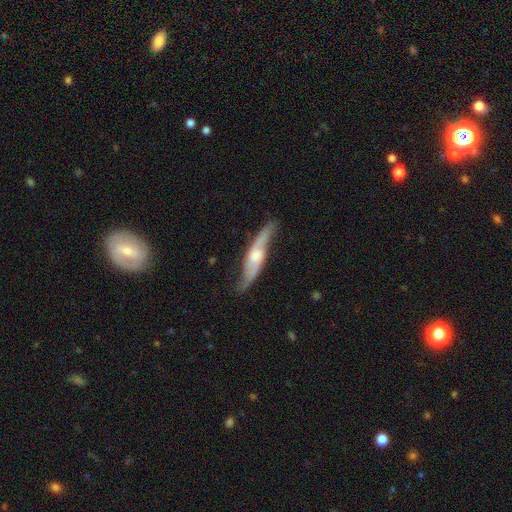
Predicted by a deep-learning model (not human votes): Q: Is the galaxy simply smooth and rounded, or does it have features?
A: featured or disk — 73%.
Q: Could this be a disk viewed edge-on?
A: yes — 60%.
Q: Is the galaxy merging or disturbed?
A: none — 73%.